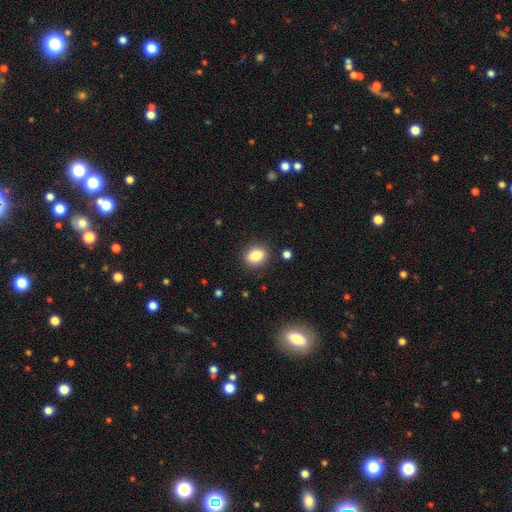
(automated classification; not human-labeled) The model was most divided on "how rounded": in between: 64%, round: 35%, cigar-shaped: 1%. More confident: merging — none (88%); smooth or featured — smooth (84%).